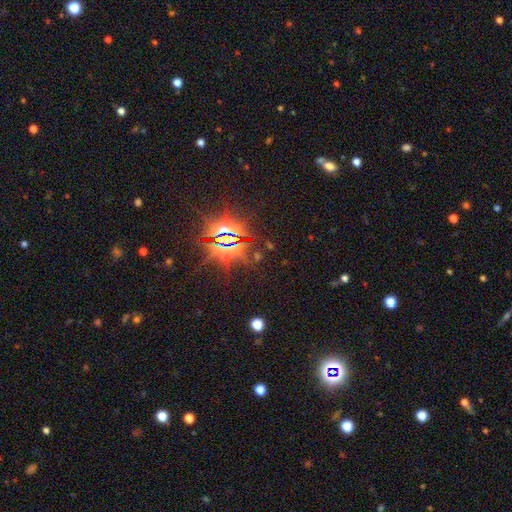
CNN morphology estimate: smooth_or_featured: star or artifact (p=0.84) [alt: smooth p=0.08]